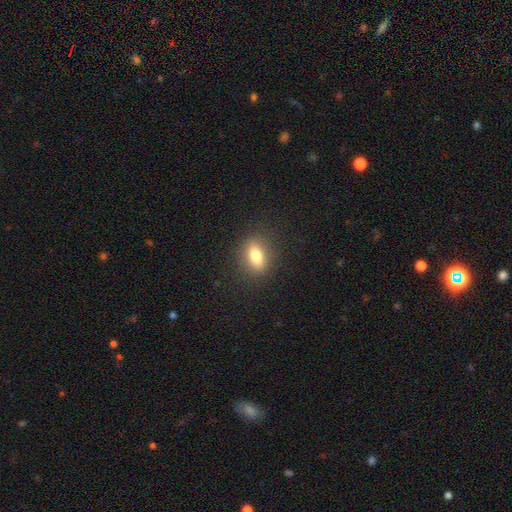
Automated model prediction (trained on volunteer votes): Q: Smooth or featured?
A: smooth (74%); runner-up: featured or disk (16%)
Q: How rounded?
A: in between (70%); runner-up: round (21%)
Q: Merging?
A: none (87%); runner-up: minor disturbance (9%)